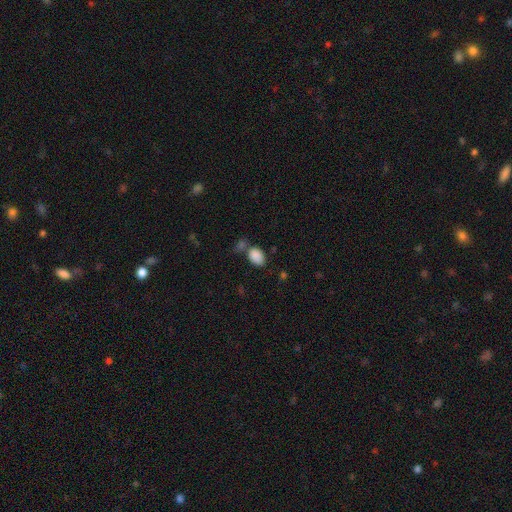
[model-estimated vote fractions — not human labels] Morphology: type=smooth (87%); roundness=in between (86%); merging=none (53%).